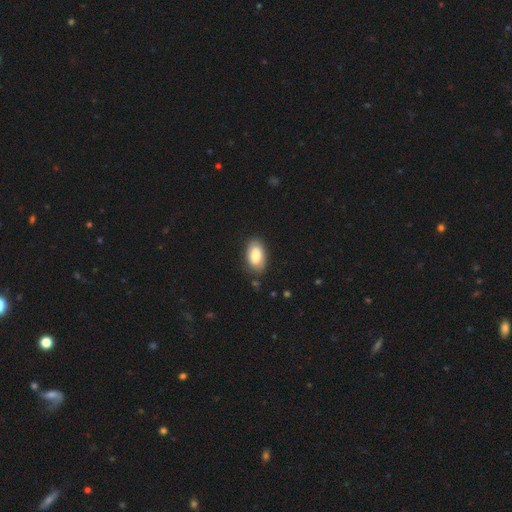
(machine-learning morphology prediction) Smooth or featured? smooth (81%)
How rounded? in between (94%)
Merging? none (81%)